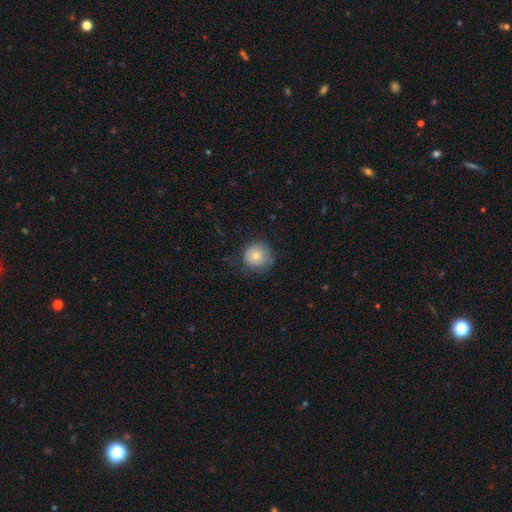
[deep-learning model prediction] Smooth or featured? Predicted: smooth (p=0.73). How rounded? Predicted: round (p=0.92). Merging? Predicted: none (p=0.70).